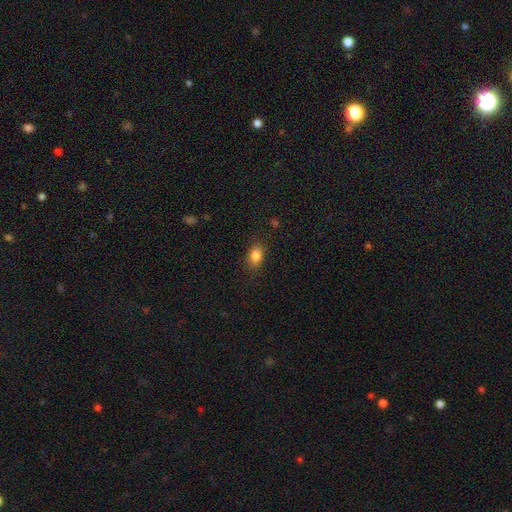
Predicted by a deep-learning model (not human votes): The model was most divided on "how rounded": in between: 77%, round: 21%, cigar-shaped: 2%. More confident: merging — none (84%); smooth or featured — smooth (84%).